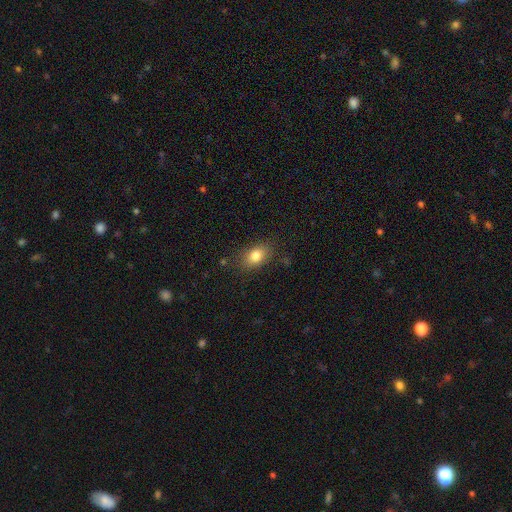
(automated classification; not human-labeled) smooth-or-featured: smooth: 81% | star or artifact: 10% | featured or disk: 10%
  how-rounded: in between: 80% | round: 17% | cigar-shaped: 2%
  merging: none: 82% | minor disturbance: 13% | major disturbance: 4% | merger: 1%